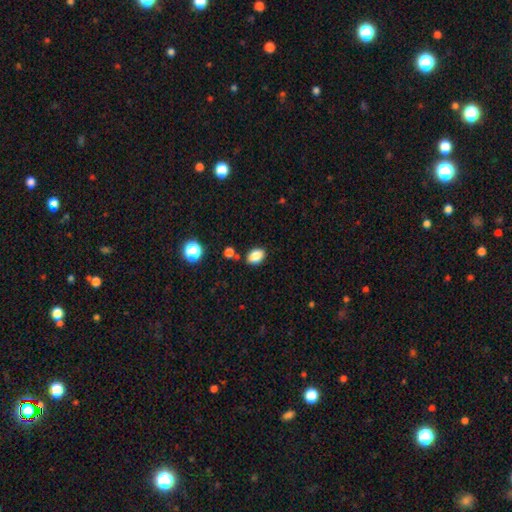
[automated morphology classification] This is clearly a smooth galaxy (86%). How rounded: clearly in between (83%). Merging: clearly none (81%).